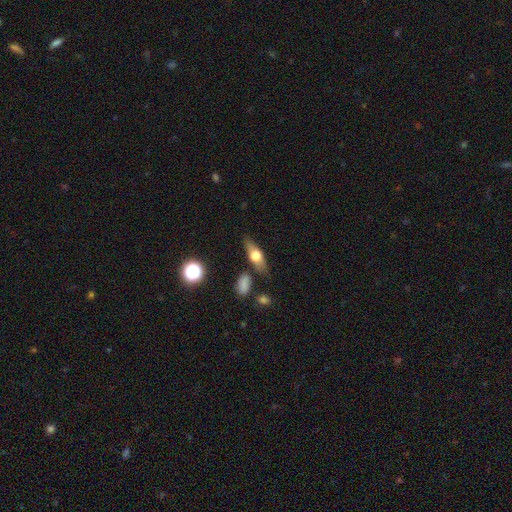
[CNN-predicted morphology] Smooth or featured?
  - smooth: 50% *
  - featured or disk: 42%
  - star or artifact: 8%
Merging?
  - none: 77% *
  - minor disturbance: 14%
  - merger: 5%
  - major disturbance: 4%